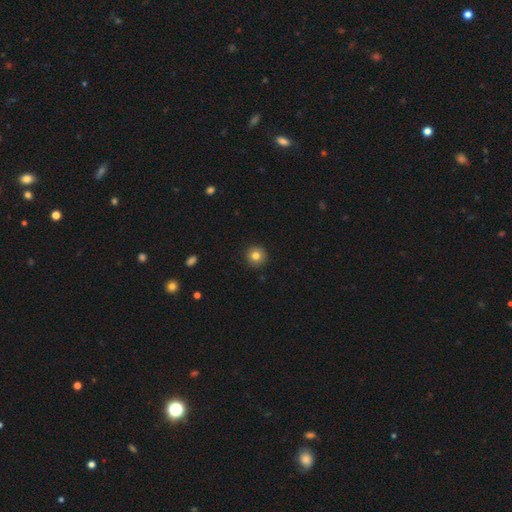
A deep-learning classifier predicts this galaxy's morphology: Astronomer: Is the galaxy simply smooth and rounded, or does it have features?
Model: smooth — 81%.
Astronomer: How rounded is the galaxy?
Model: round — 95%.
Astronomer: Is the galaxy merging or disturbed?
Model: none — 92%.